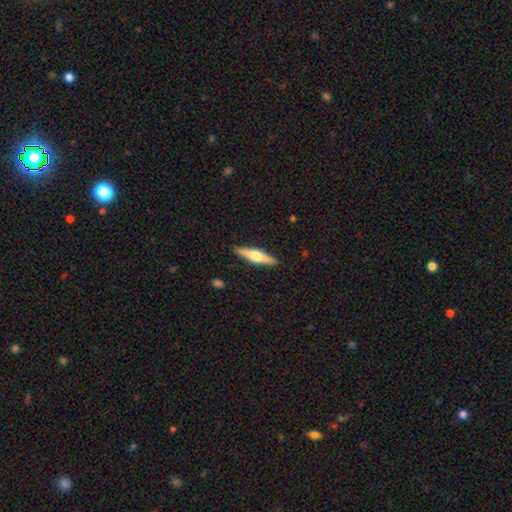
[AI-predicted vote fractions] Smooth or featured? featured or disk (66%)
Edge-on disk? yes (98%)
Edge-on bulge? rounded (92%)
Merging? none (91%)